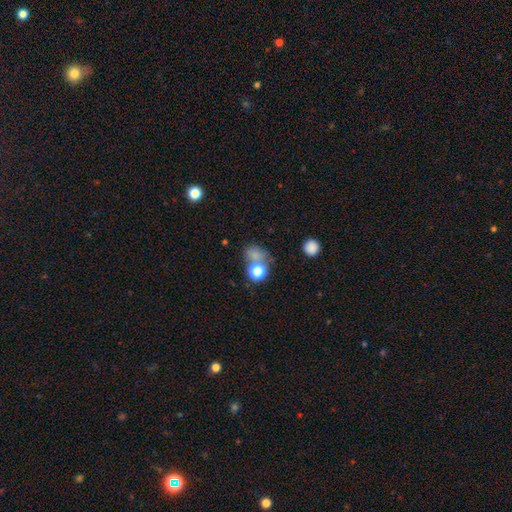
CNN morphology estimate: This appears to be a smooth galaxy with no disk features (71%) that is round (60%). Merging: none (47%).